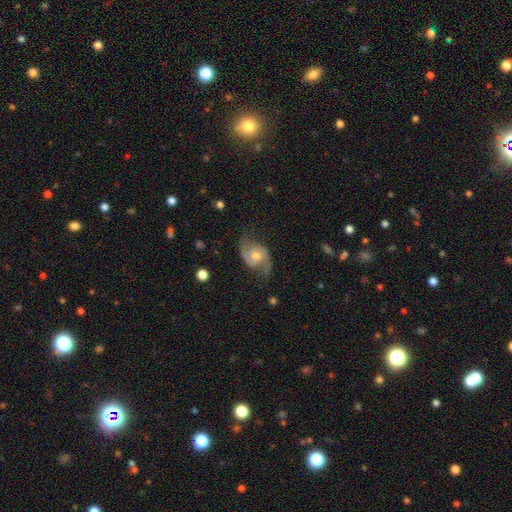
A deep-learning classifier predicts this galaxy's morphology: smooth-or-featured: featured or disk: 83% | smooth: 11% | star or artifact: 6%
  disk-edge-on: no: 97% | yes: 3%
    bar: no: 59% | weak: 35% | strong: 6%
    has-spiral-arms: yes: 95% | no: 5%
      spiral-winding: loose: 45% | medium: 43% | tight: 12%
      spiral-arm-count: 2: 92% | can't tell: 3% | 1: 2% | 3: 1% | 4: 1% | more than 4: 1%
    bulge-size: moderate: 66% | small: 25% | large: 6% | none: 2% | dominant: 1%
  merging: none: 70% | minor disturbance: 19% | major disturbance: 9% | merger: 1%